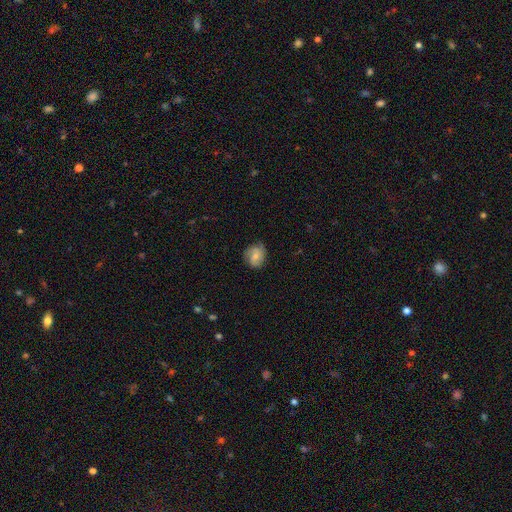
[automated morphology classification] Overall: smooth (51%; featured or disk 41%). How rounded: round (62%; in between 37%). Merging: none (67%).